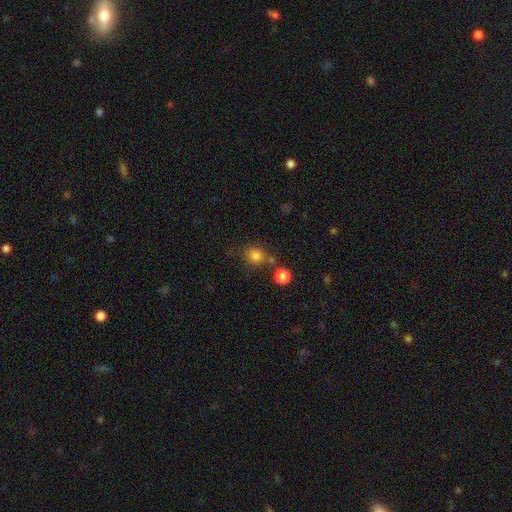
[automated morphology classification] smooth-or-featured: smooth: 80% | star or artifact: 14% | featured or disk: 6%
  how-rounded: round: 78% | in between: 21% | cigar-shaped: 1%
  merging: none: 66% | minor disturbance: 14% | merger: 14% | major disturbance: 6%